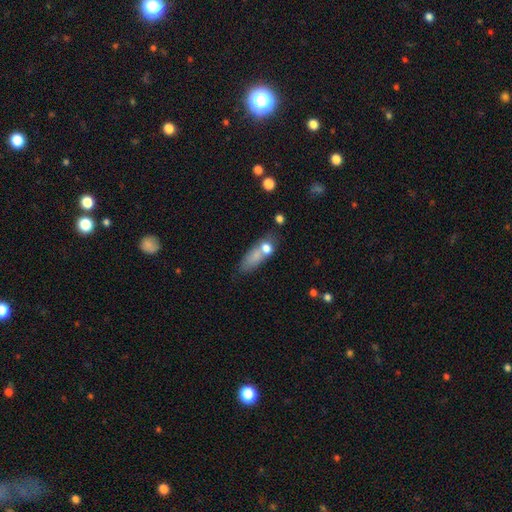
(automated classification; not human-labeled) Overall: smooth (70%). How rounded: in between (62%; cigar-shaped 29%). Merging: none (39%; merger 30%).